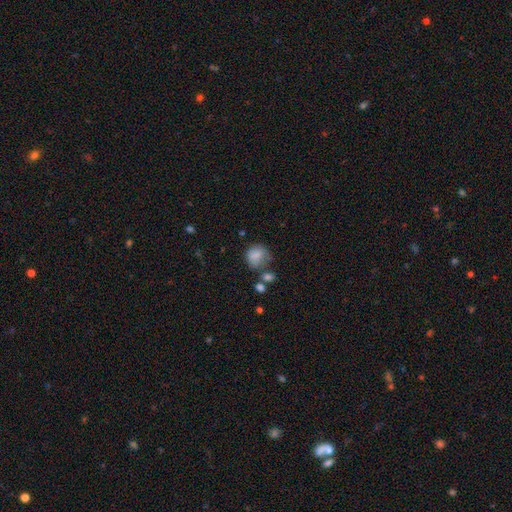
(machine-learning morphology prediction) Overall: smooth (80%). How rounded: round (70%). Merging: none (48%; minor disturbance 26%).